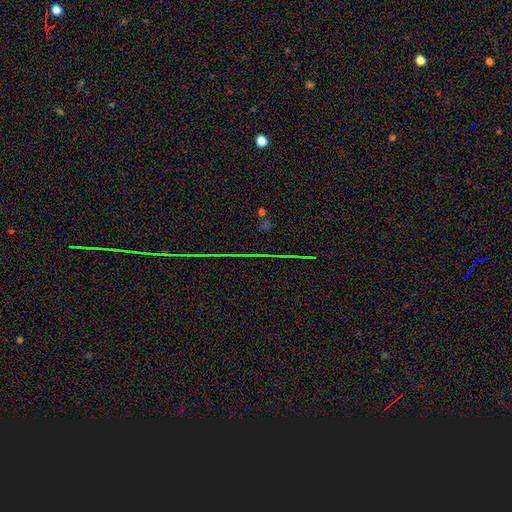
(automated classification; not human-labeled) Smooth or featured: star or artifact — 81% (smooth — 10%)